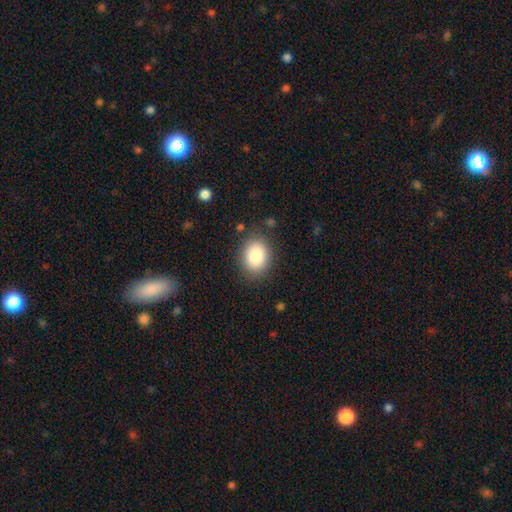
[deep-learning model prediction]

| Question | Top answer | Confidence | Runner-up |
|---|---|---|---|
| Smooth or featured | smooth | 85% | star or artifact (9%) |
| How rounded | round | 54% | in between (45%) |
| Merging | none | 85% | minor disturbance (10%) |